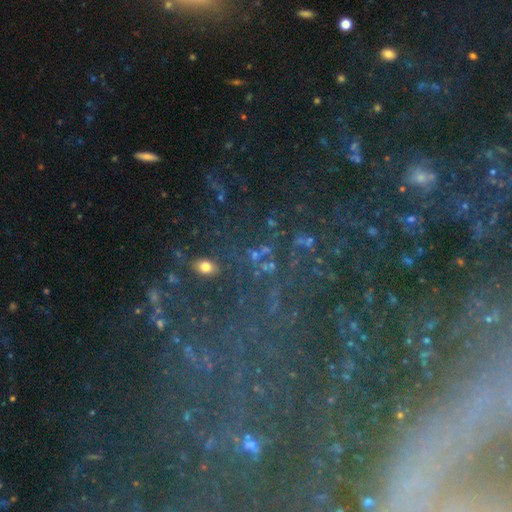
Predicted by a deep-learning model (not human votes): star or artifact 73%, featured or disk 14%, smooth 13%.